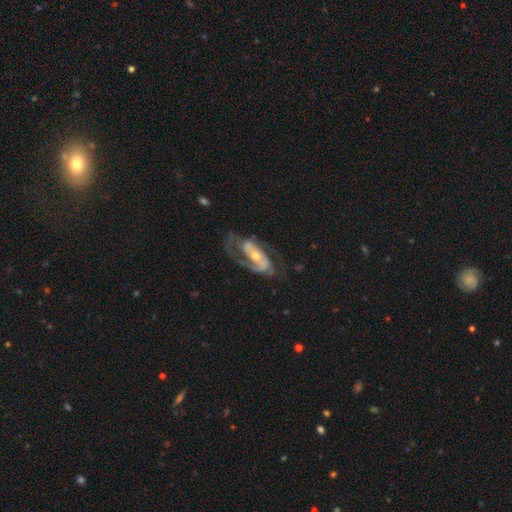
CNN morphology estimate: Smooth or featured?
  - featured or disk: 84% *
  - smooth: 12%
  - star or artifact: 5%
Edge-on disk?
  - no: 94% *
  - yes: 6%
Bar?
  - no: 50% *
  - weak: 30%
  - strong: 20%
Spiral arms?
  - yes: 91% *
  - no: 9%
Spiral winding?
  - medium: 45% *
  - tight: 31%
  - loose: 24%
Spiral arm count?
  - 2: 68% *
  - 1: 15%
  - can't tell: 10%
  - 3: 4%
  - 4: 1%
  - more than 4: 1%
Bulge size?
  - moderate: 58% *
  - small: 35%
  - large: 5%
  - none: 1%
  - dominant: 1%
Merging?
  - none: 51% *
  - major disturbance: 26%
  - minor disturbance: 20%
  - merger: 3%